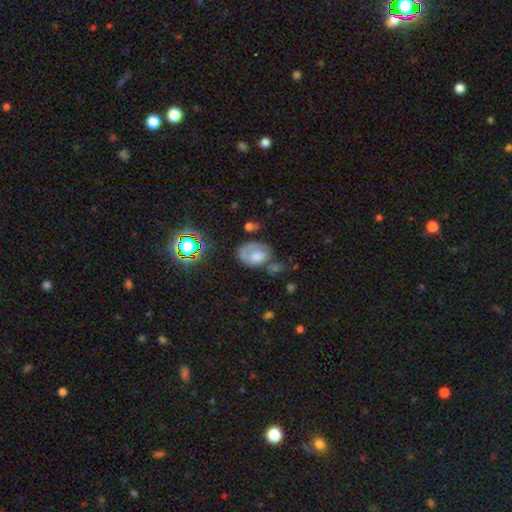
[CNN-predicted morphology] A smooth galaxy with no disk features (61%) that is in between round and cigar-shaped (76%). Merging: none (36%).